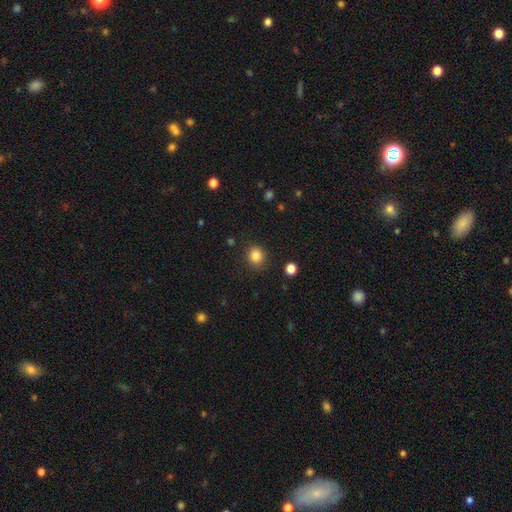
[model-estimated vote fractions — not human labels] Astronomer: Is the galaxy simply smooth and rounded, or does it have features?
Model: smooth — 85%.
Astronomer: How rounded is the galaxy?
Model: round — 79%.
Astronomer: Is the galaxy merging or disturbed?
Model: none — 86%.